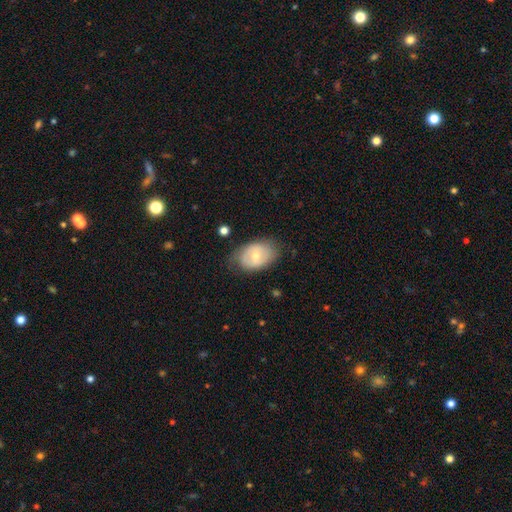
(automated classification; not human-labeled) This appears to be a smooth galaxy with no disk features (53%) that is in between round and cigar-shaped (83%). Merging: none (69%).